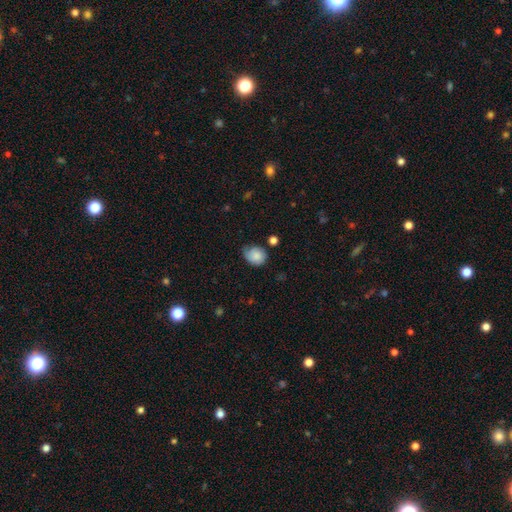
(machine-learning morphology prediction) The model was most divided on "how rounded": round: 59%, in between: 41%, cigar-shaped: 1%. More confident: smooth or featured — smooth (75%); merging — none (53%).